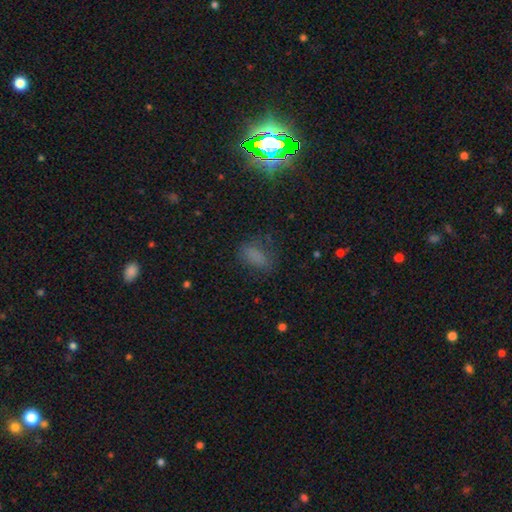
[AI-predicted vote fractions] smooth 69%, star or artifact 22%, featured or disk 9%. Down the decision tree: how rounded — in between (84%); merging — none (61%).